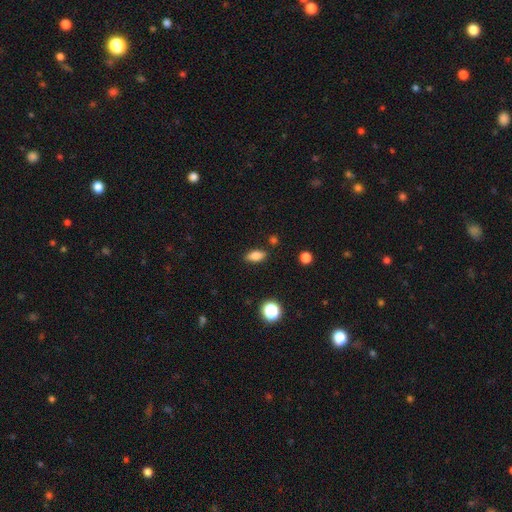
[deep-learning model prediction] Smooth or featured? smooth (81%)
How rounded? in between (84%)
Merging? none (84%)